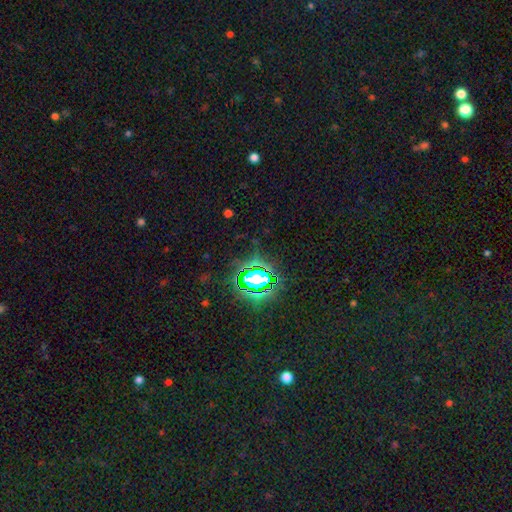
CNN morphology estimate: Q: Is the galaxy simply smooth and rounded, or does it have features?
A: star or artifact — 77%.